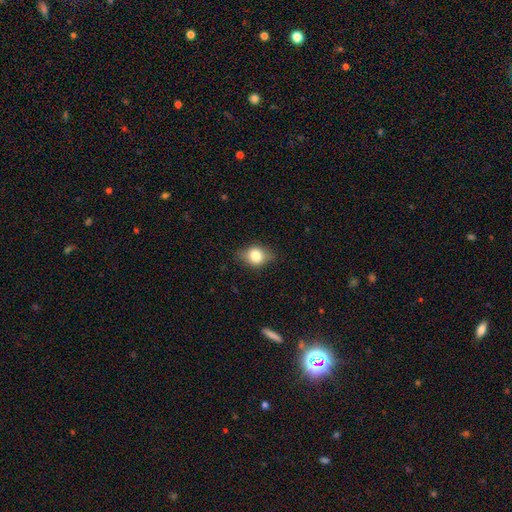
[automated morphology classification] Q: Smooth or featured?
A: smooth (74%); runner-up: featured or disk (17%)
Q: How rounded?
A: in between (59%); runner-up: round (39%)
Q: Merging?
A: none (75%); runner-up: minor disturbance (20%)